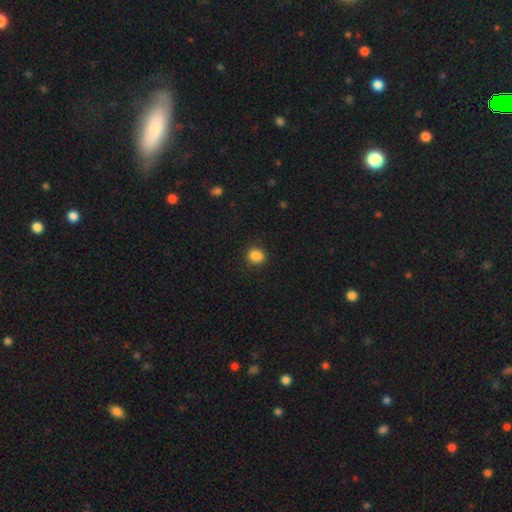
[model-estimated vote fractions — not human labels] Morphology: type=smooth (86%); roundness=round (61%); merging=none (81%).